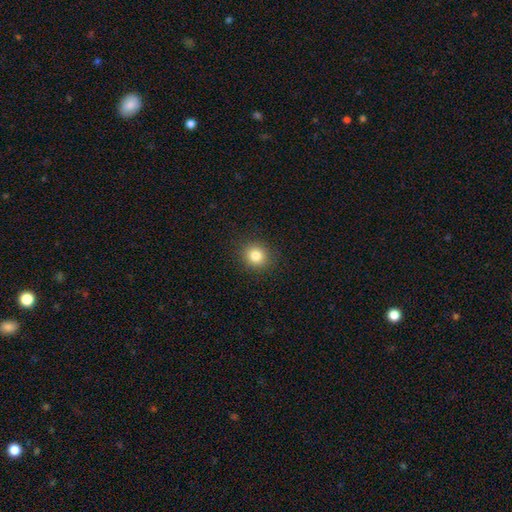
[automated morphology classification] Overall: smooth (83%). How rounded: round (89%). Merging: none (91%).